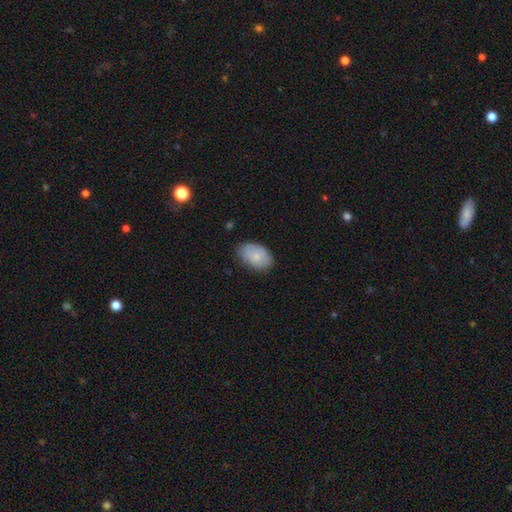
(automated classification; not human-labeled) This appears to be a smooth galaxy with no disk features (82%) that is in between round and cigar-shaped (90%). Merging: none (76%).